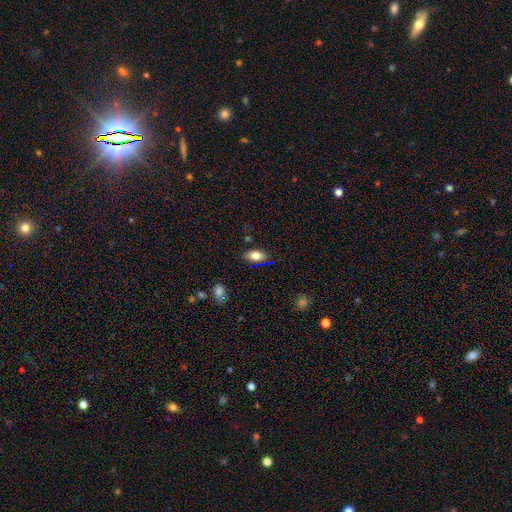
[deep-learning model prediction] The model was most divided on "smooth or featured": smooth: 76%, featured or disk: 14%, star or artifact: 9%. More confident: how rounded — in between (89%); merging — none (81%).